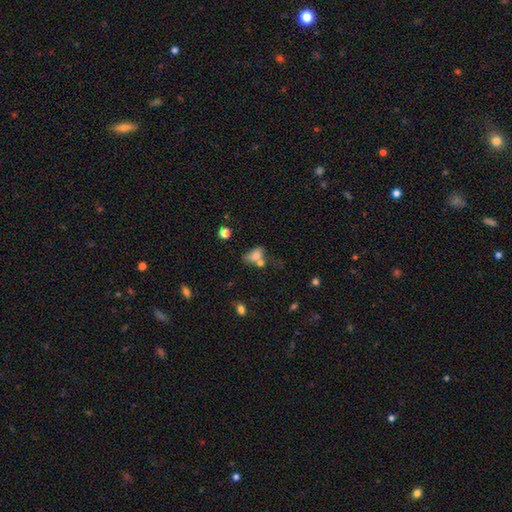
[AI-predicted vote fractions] Q: Smooth or featured?
A: smooth (70%); runner-up: featured or disk (18%)
Q: How rounded?
A: in between (79%); runner-up: round (17%)
Q: Merging?
A: merger (41%); runner-up: none (30%)